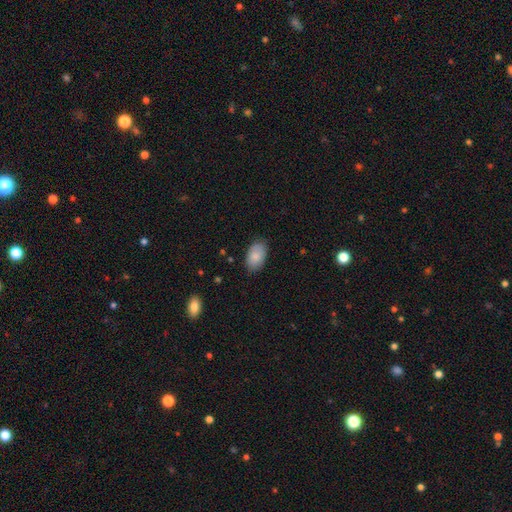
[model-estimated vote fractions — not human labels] Smooth or featured? Predicted: smooth (p=0.86). How rounded? Predicted: in between (p=0.93). Merging? Predicted: none (p=0.82).